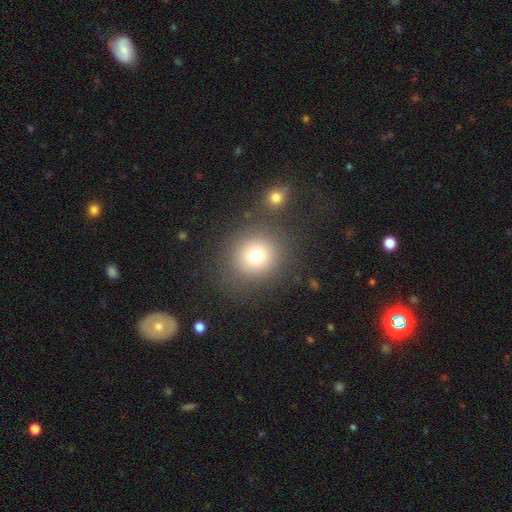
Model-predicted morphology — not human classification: This appears to be a smooth galaxy with no disk features (73%) that is round (88%). Merging: none (77%).